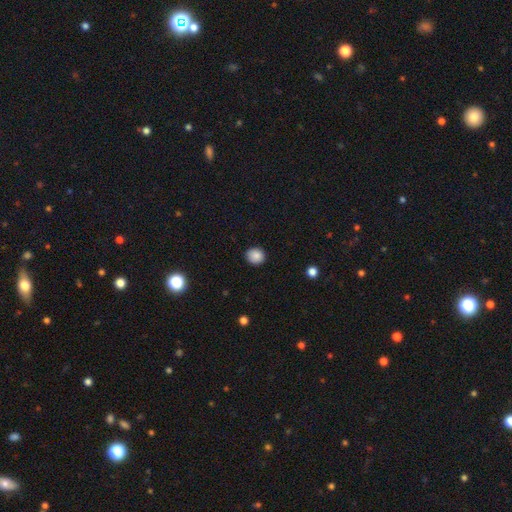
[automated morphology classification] smooth 87%, star or artifact 10%, featured or disk 4%. Down the decision tree: how rounded — round (84%); merging — none (89%).